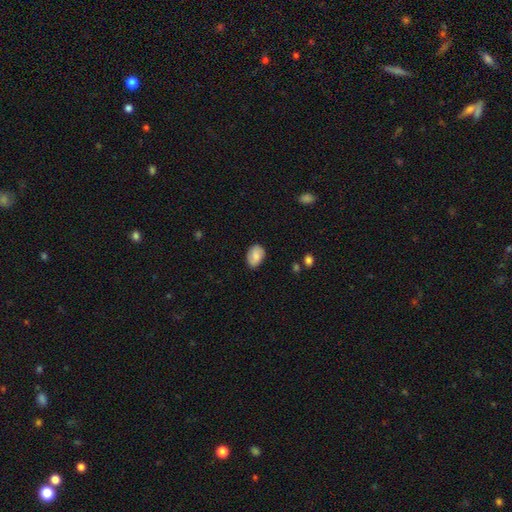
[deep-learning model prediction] Smooth or featured? smooth (73%)
How rounded? in between (82%)
Merging? none (79%)